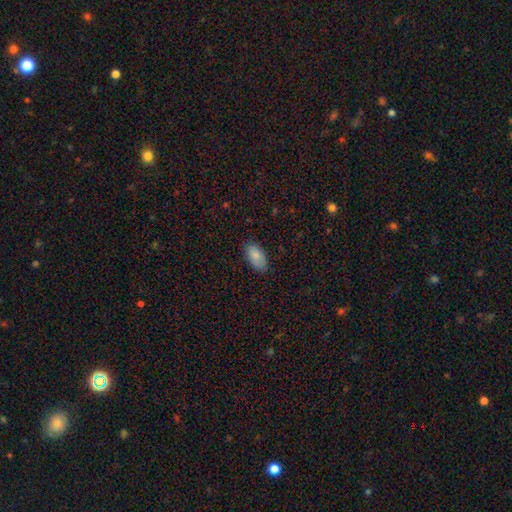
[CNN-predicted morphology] A smooth galaxy with no disk features (84%) that is in between round and cigar-shaped (94%).

Vote fractions:
- Smooth or featured? smooth: 84% / featured or disk: 8% / star or artifact: 7%
- How rounded? in between: 94% / cigar-shaped: 3% / round: 3%
- Merging? none: 82% / minor disturbance: 14% / major disturbance: 3% / merger: 1%